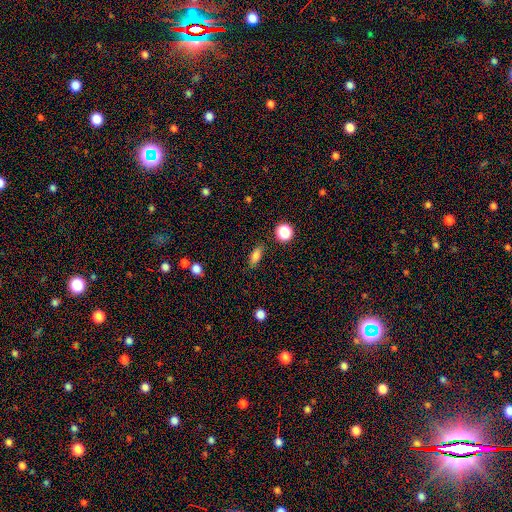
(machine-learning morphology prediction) Smooth or featured? smooth (81%)
How rounded? in between (74%)
Merging? none (85%)